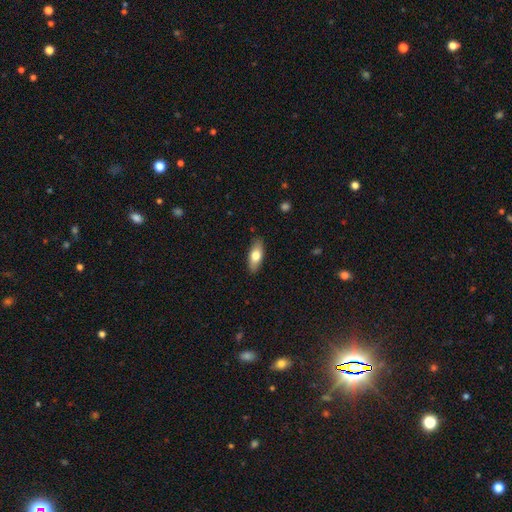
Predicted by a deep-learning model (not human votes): Overall: smooth (72%). How rounded: in between (77%). Merging: none (87%).